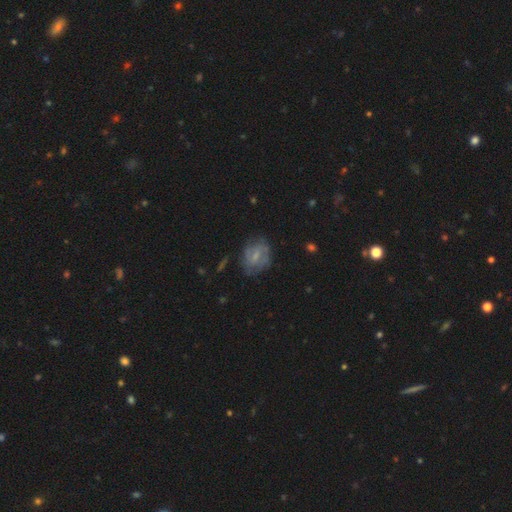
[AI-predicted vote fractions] This is possibly a featured or disk galaxy (53%). It is clearly not viewed edge-on (96%). Bar: possibly weak (52%). Spiral arm pattern: likely yes (67%). Central bulge: marginally small (44%). Merging: likely none (63%).